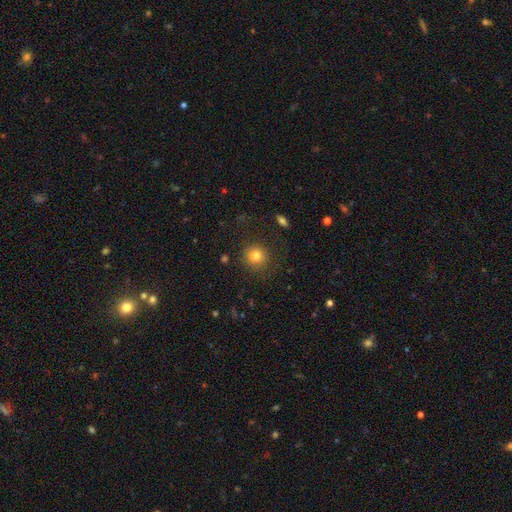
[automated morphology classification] smooth 81%, star or artifact 12%, featured or disk 7%. Down the decision tree: how rounded — round (92%); merging — none (86%).